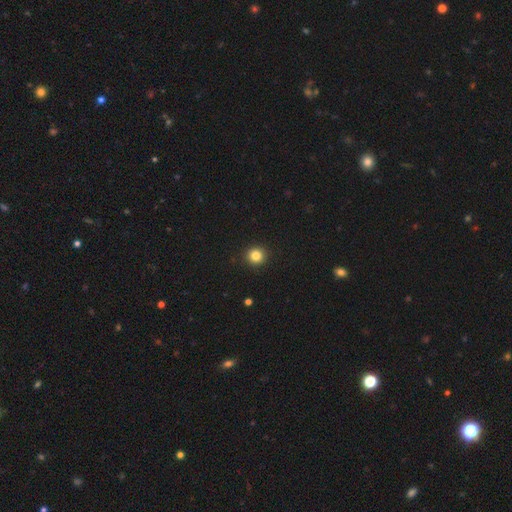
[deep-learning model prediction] This appears to be a smooth galaxy with no disk features (83%) that is round (93%). Merging: none (93%).